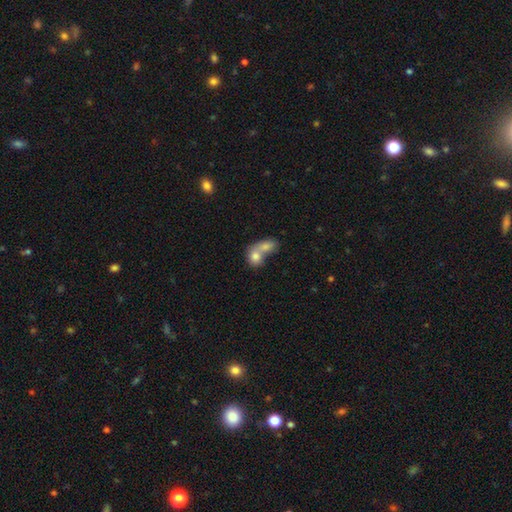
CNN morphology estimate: Smooth or featured: smooth — 77% (featured or disk — 15%)
How rounded: in between — 51% (round — 47%)
Merging: merger — 75% (none — 16%)